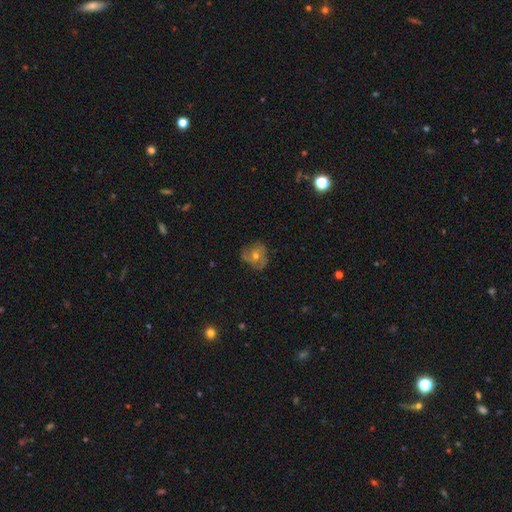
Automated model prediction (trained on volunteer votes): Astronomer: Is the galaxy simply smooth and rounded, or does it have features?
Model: featured or disk — 62%.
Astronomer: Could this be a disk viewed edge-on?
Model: no — 97%.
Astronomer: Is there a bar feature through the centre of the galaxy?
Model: no — 76%.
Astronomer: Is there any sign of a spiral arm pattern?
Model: yes — 82%.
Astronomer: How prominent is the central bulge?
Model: moderate — 66%.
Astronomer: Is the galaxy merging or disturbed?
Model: none — 67%.